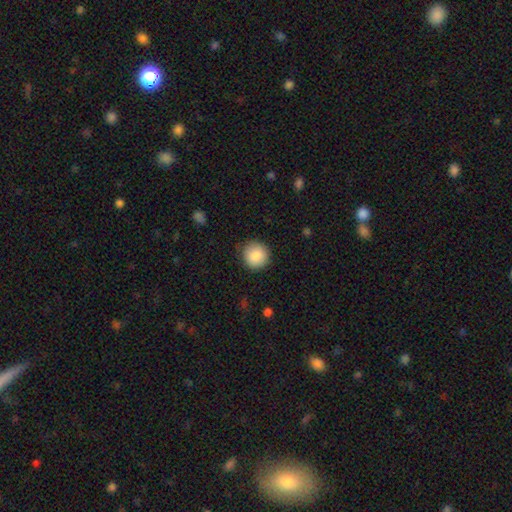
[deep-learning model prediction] smooth_or_featured: smooth (p=0.88) [alt: star or artifact p=0.08]
how_rounded: round (p=0.94) [alt: in between p=0.05]
merging: none (p=0.88) [alt: minor disturbance p=0.09]